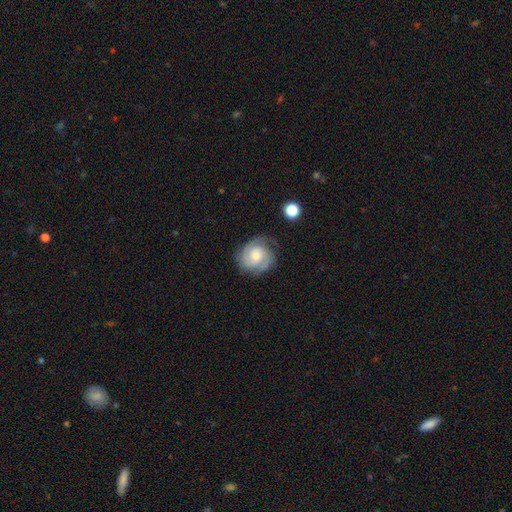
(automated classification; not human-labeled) Q: Smooth or featured?
A: featured or disk (82%); runner-up: smooth (12%)
Q: Edge-on disk?
A: no (98%); runner-up: yes (2%)
Q: Bar?
A: no (63%); runner-up: weak (32%)
Q: Spiral arms?
A: yes (97%); runner-up: no (3%)
Q: Spiral winding?
A: tight (58%); runner-up: medium (35%)
Q: Spiral arm count?
A: 2 (67%); runner-up: 3 (16%)
Q: Bulge size?
A: moderate (51%); runner-up: small (25%)
Q: Merging?
A: none (75%); runner-up: minor disturbance (17%)